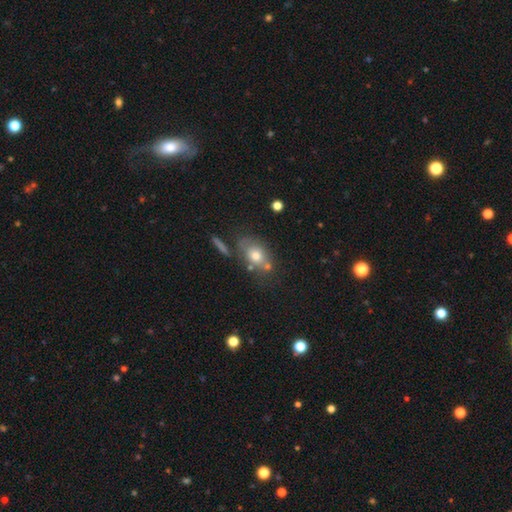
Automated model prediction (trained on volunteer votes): The model was most divided on "how rounded": in between: 68%, round: 29%, cigar-shaped: 3%. More confident: smooth or featured — smooth (69%); merging — none (58%).